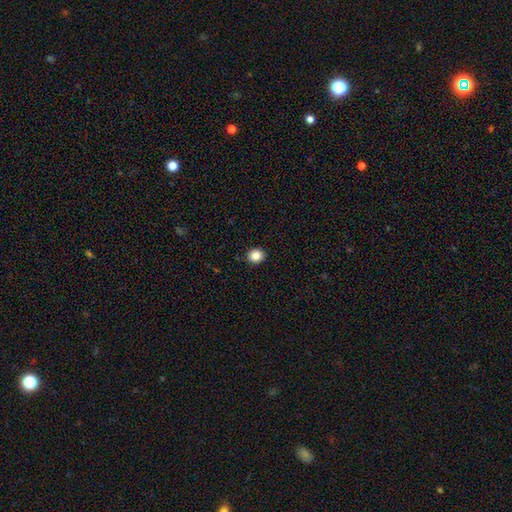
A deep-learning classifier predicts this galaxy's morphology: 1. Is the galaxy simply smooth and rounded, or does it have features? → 86% smooth, 10% star or artifact, 4% featured or disk.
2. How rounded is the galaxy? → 80% round, 19% in between, 1% cigar-shaped.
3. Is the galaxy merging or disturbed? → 91% none, 6% minor disturbance, 2% major disturbance, 1% merger.